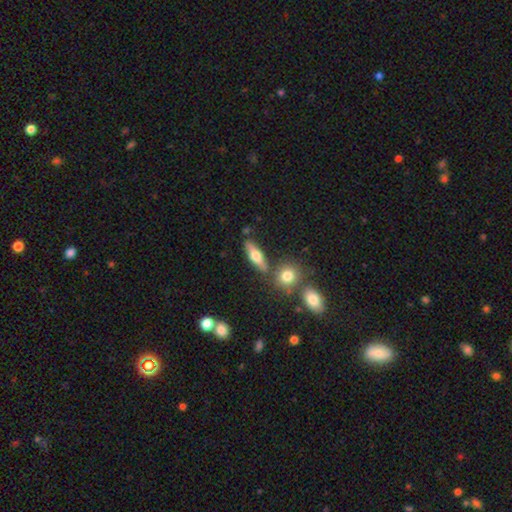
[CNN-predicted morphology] Smooth or featured? Predicted: smooth (p=0.52). How rounded? Predicted: in between (p=0.48). Merging? Predicted: none (p=0.77).